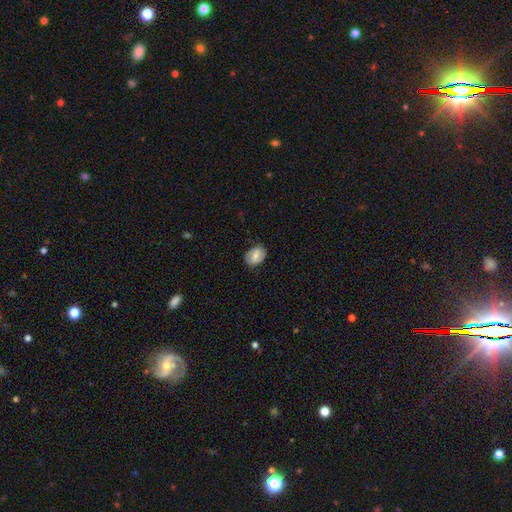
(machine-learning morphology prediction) Overall: smooth (68%). How rounded: in between (69%; round 30%). Merging: none (82%).